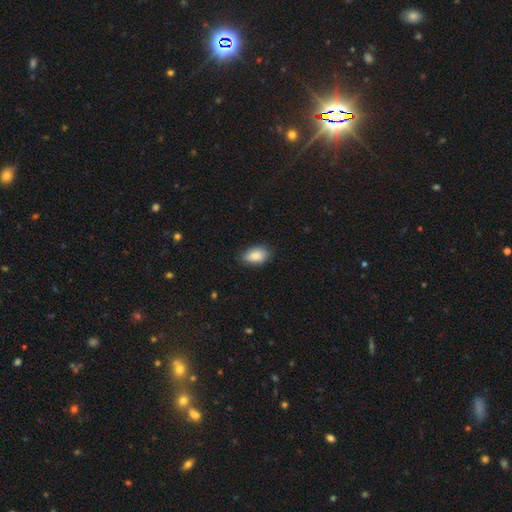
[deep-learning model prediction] Smooth or featured? smooth (86%)
How rounded? in between (91%)
Merging? none (72%)